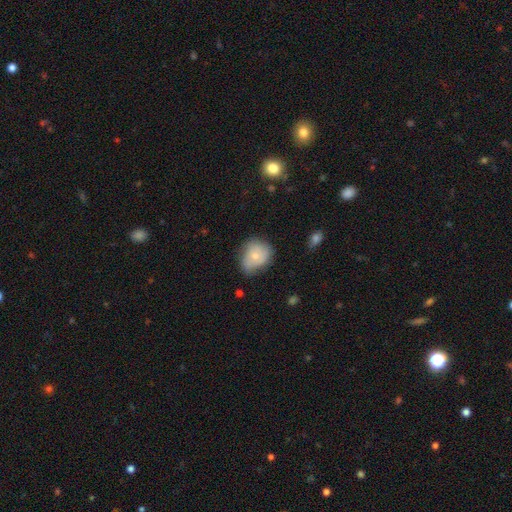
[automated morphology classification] Q: Smooth or featured?
A: smooth (65%); runner-up: featured or disk (28%)
Q: How rounded?
A: round (58%); runner-up: in between (41%)
Q: Merging?
A: none (51%); runner-up: minor disturbance (36%)